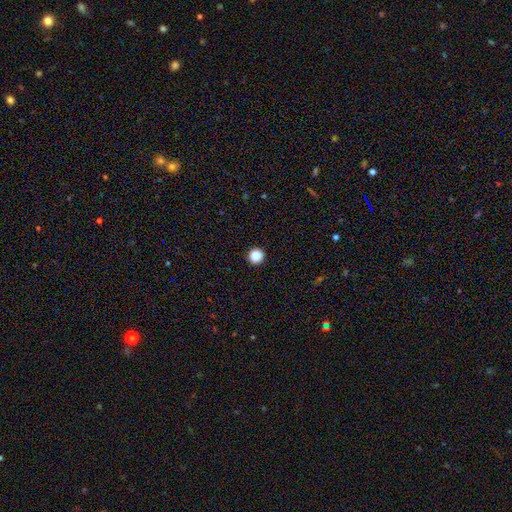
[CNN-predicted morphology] Overall: smooth (88%). How rounded: round (95%). Merging: none (94%).